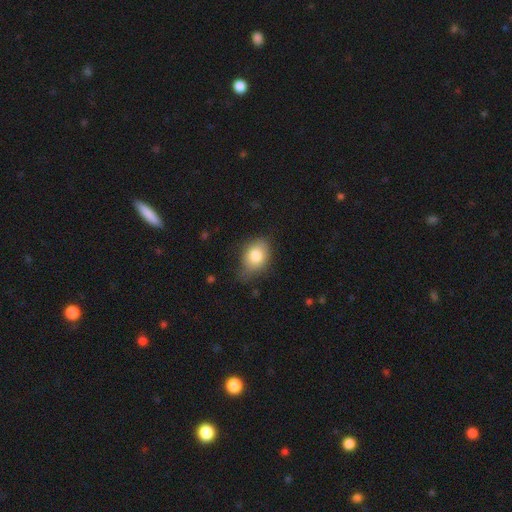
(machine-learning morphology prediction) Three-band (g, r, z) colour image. It shows a smooth galaxy with no disk features (81%) that is in between round and cigar-shaped (71%). Merging: none (61%).